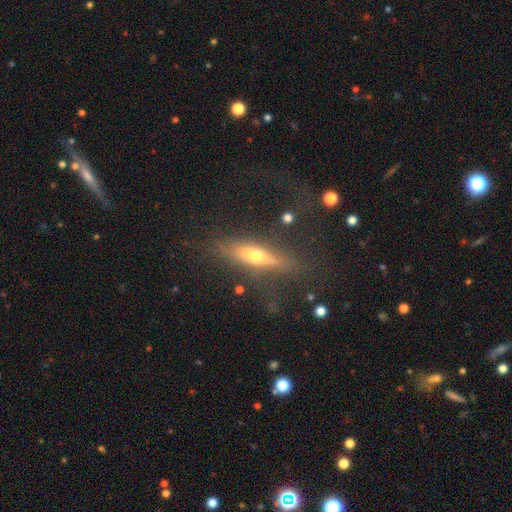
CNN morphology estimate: smooth-or-featured: featured or disk: 48% | smooth: 42% | star or artifact: 9%
  merging: none: 72% | minor disturbance: 16% | major disturbance: 9% | merger: 3%